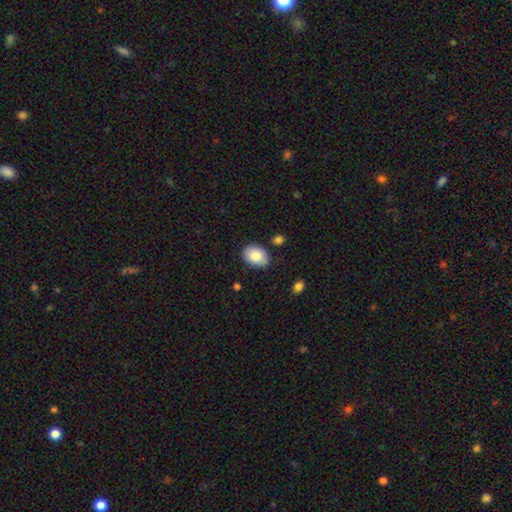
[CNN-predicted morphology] The model was most divided on "how rounded": in between: 78%, round: 21%, cigar-shaped: 1%. More confident: merging — none (84%); smooth or featured — smooth (83%).